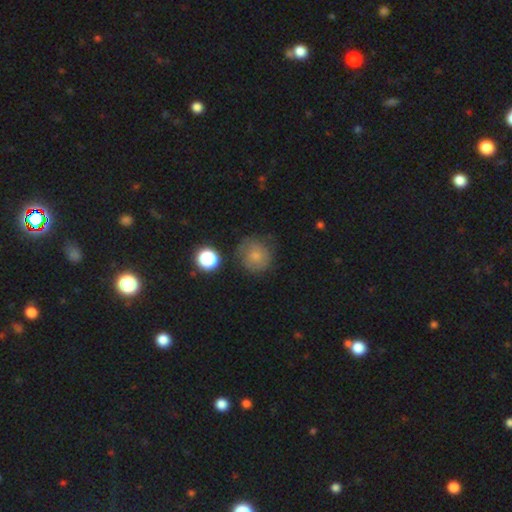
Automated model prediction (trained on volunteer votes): smooth-or-featured: smooth: 72% | featured or disk: 16% | star or artifact: 12%
  how-rounded: round: 88% | in between: 11% | cigar-shaped: 1%
  merging: none: 68% | minor disturbance: 21% | major disturbance: 8% | merger: 3%